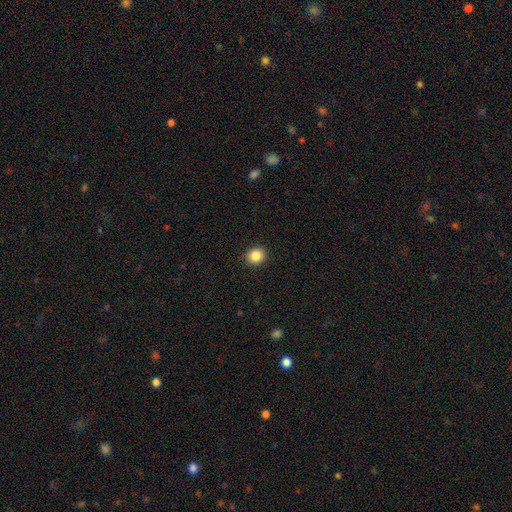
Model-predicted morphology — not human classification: smooth-or-featured: smooth: 86% | star or artifact: 10% | featured or disk: 3%
  how-rounded: round: 84% | in between: 15% | cigar-shaped: 1%
  merging: none: 92% | minor disturbance: 5% | major disturbance: 2% | merger: 1%